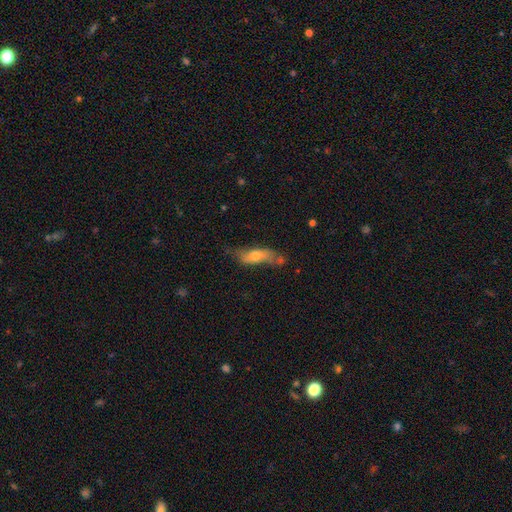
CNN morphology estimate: Overall: smooth (52%; featured or disk 40%). How rounded: in between (53%; cigar-shaped 43%). Merging: none (48%; minor disturbance 30%).